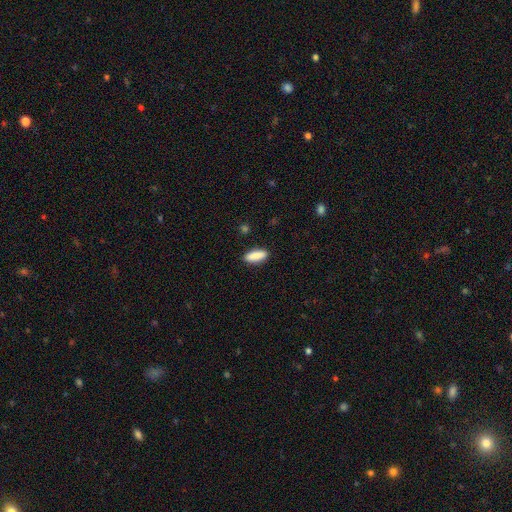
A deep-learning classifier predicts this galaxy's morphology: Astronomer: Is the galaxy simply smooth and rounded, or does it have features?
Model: smooth — 89%.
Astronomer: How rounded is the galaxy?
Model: in between — 68%.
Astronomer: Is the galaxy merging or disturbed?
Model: none — 89%.